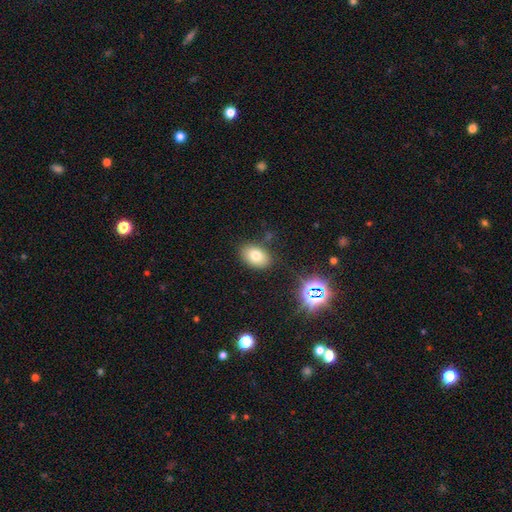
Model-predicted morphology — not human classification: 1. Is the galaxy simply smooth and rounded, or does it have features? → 76% smooth, 13% star or artifact, 11% featured or disk.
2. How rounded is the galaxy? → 85% in between, 13% round, 1% cigar-shaped.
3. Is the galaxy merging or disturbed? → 83% none, 11% minor disturbance, 3% major disturbance, 3% merger.